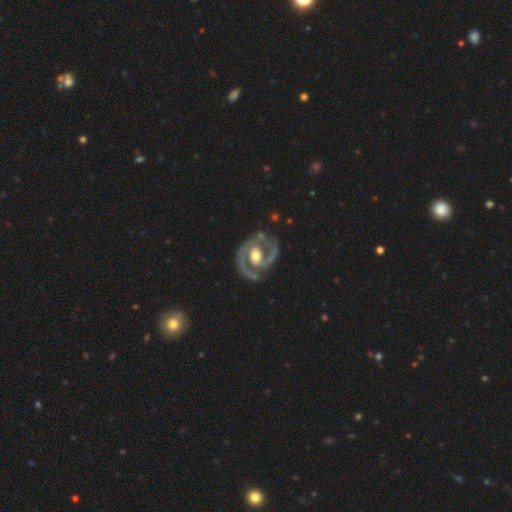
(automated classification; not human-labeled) Smooth or featured? Predicted: featured or disk (p=0.92). Edge-on disk? Predicted: no (p=0.98). Bar? Predicted: no (p=0.38). Spiral arms? Predicted: yes (p=0.96). Spiral winding? Predicted: medium (p=0.49). Spiral arm count? Predicted: 2 (p=0.87). Bulge size? Predicted: moderate (p=0.71). Merging? Predicted: none (p=0.76).